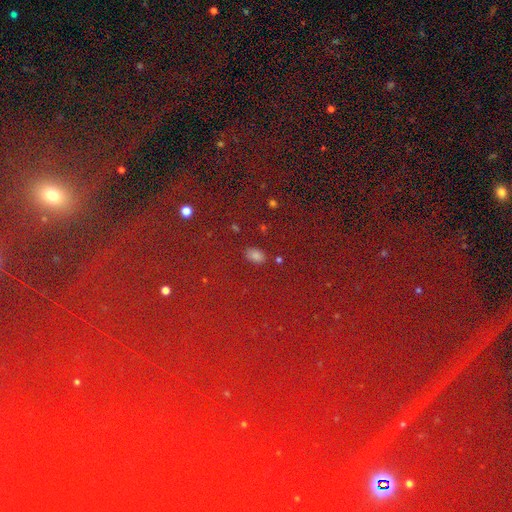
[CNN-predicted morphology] star or artifact 80%, smooth 11%, featured or disk 8%.